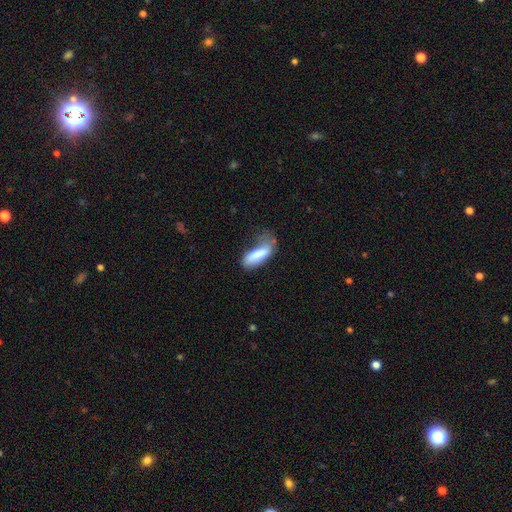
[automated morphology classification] Q: Smooth or featured?
A: smooth (76%); runner-up: featured or disk (17%)
Q: How rounded?
A: in between (60%); runner-up: cigar-shaped (38%)
Q: Merging?
A: minor disturbance (35%); runner-up: none (30%)